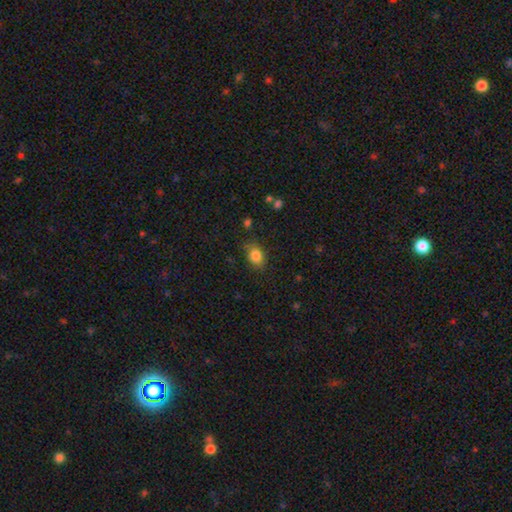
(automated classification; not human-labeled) Morphology: type=smooth (83%); roundness=in between (70%); merging=none (77%).